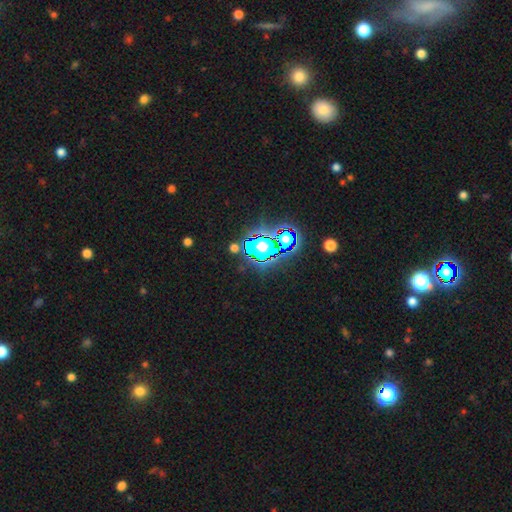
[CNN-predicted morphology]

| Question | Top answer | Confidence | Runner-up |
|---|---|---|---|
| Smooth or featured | star or artifact | 81% | smooth (12%) |